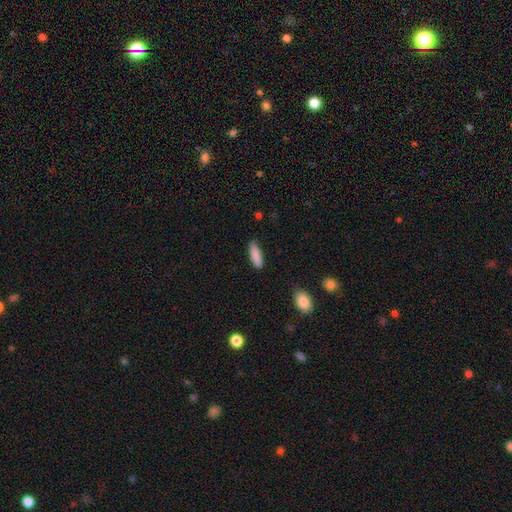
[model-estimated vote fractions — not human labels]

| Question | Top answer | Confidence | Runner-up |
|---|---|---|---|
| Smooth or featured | smooth | 88% | star or artifact (6%) |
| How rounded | cigar-shaped | 57% | in between (41%) |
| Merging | none | 82% | minor disturbance (14%) |